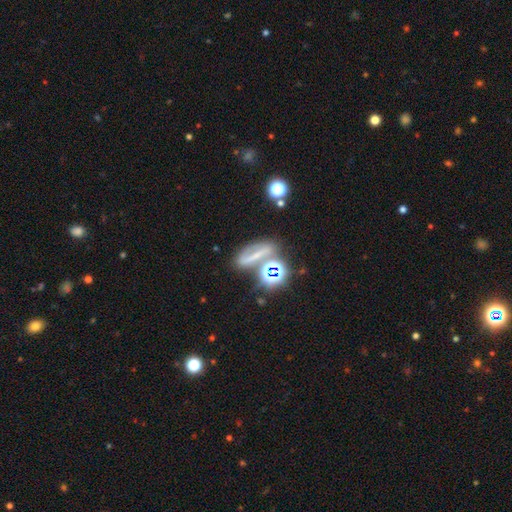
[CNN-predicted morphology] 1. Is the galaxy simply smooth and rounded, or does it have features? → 36% star or artifact, 33% smooth, 31% featured or disk.